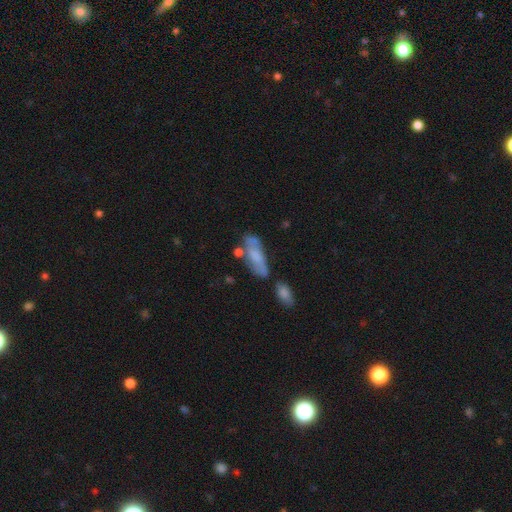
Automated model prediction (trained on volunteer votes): Smooth or featured?
  - smooth: 54% *
  - featured or disk: 37%
  - star or artifact: 9%
How rounded?
  - in between: 69% *
  - cigar-shaped: 28%
  - round: 3%
Merging?
  - none: 50% *
  - minor disturbance: 23%
  - merger: 18%
  - major disturbance: 10%